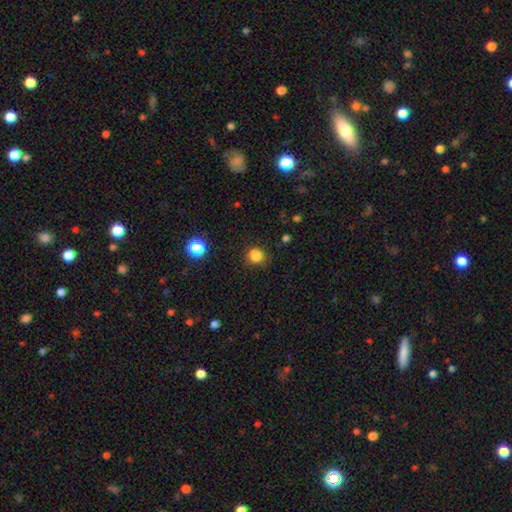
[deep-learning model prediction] smooth_or_featured: smooth (p=0.83) [alt: star or artifact p=0.13]
how_rounded: round (p=0.83) [alt: in between p=0.16]
merging: none (p=0.80) [alt: minor disturbance p=0.14]